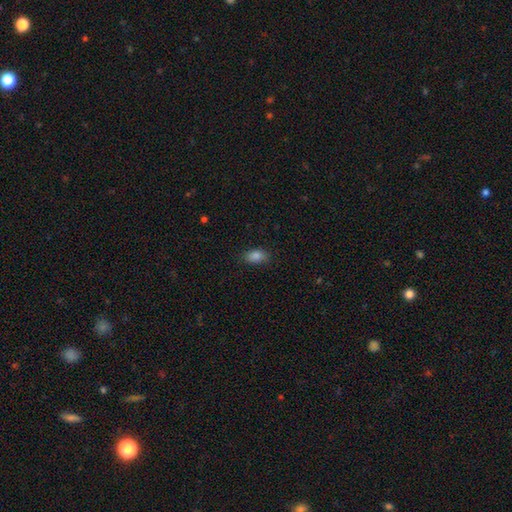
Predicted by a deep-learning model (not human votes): This appears to be a smooth galaxy with no disk features (85%) that is in between round and cigar-shaped (88%). Merging: none (85%).